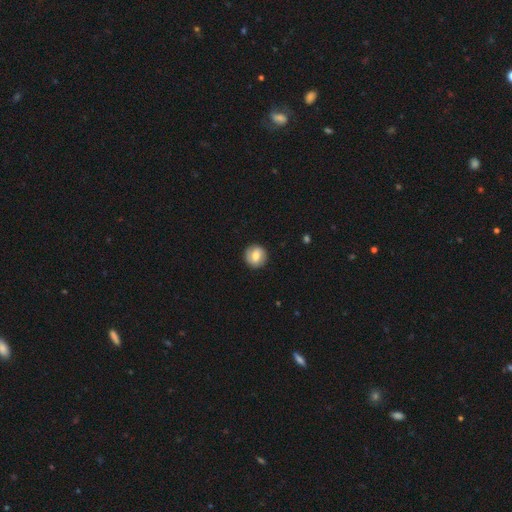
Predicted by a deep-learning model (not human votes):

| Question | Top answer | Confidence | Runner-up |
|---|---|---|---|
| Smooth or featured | smooth | 66% | featured or disk (26%) |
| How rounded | round | 89% | in between (10%) |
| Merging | none | 88% | minor disturbance (9%) |